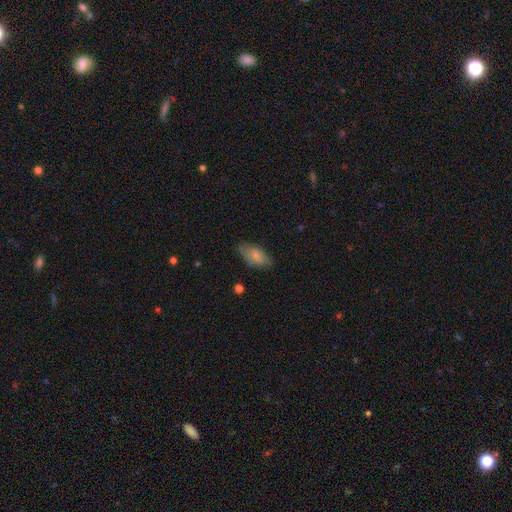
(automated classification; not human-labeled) Smooth or featured: smooth — 79% (featured or disk — 14%)
How rounded: in between — 89% (cigar-shaped — 8%)
Merging: none — 74% (minor disturbance — 20%)